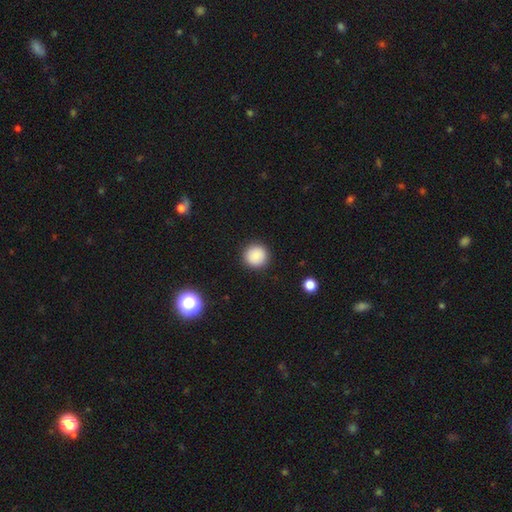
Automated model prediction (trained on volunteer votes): Smooth or featured: smooth — 85% (star or artifact — 9%)
How rounded: round — 96% (in between — 4%)
Merging: none — 92% (minor disturbance — 5%)